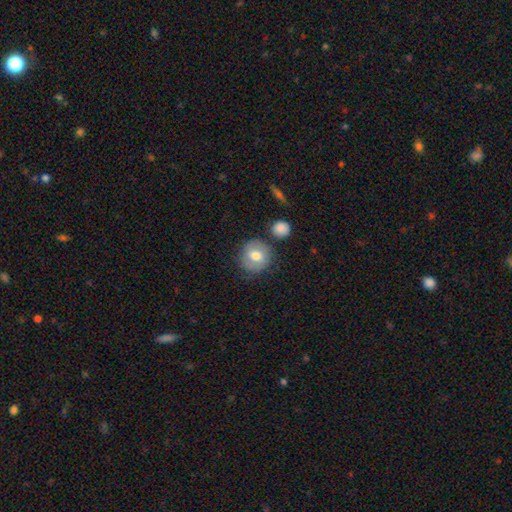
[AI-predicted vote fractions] Smooth or featured? Predicted: smooth (p=0.68). How rounded? Predicted: round (p=0.87). Merging? Predicted: none (p=0.75).